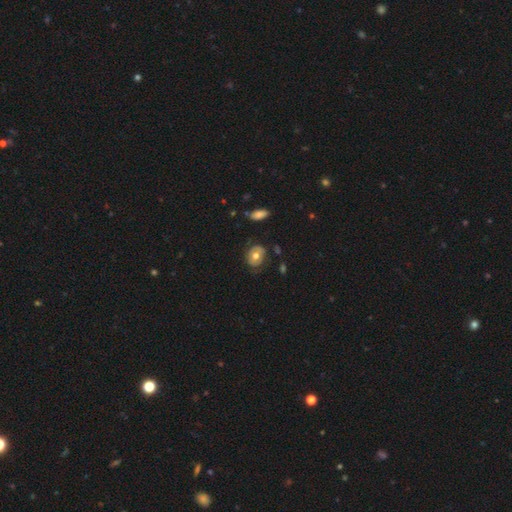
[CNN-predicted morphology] Smooth or featured?
  - smooth: 49% *
  - featured or disk: 43%
  - star or artifact: 7%
Merging?
  - none: 69% *
  - minor disturbance: 21%
  - major disturbance: 9%
  - merger: 2%